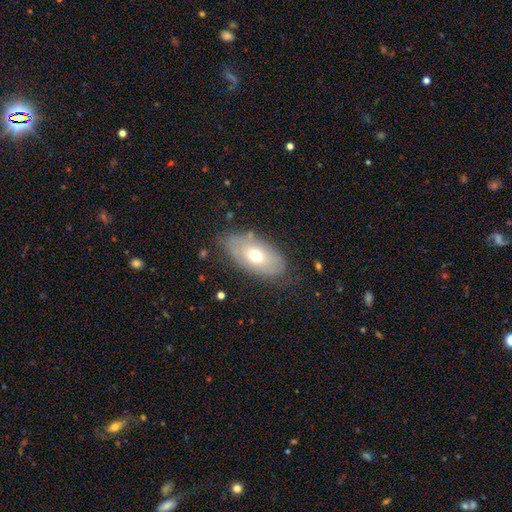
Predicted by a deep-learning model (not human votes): The model was most divided on "smooth or featured": smooth: 59%, featured or disk: 33%, star or artifact: 8%. More confident: how rounded — in between (92%); merging — none (74%).